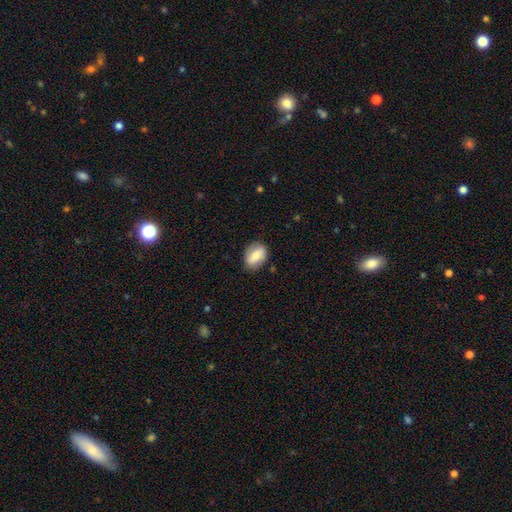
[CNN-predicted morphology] Smooth or featured: smooth — 70% (featured or disk — 23%)
How rounded: in between — 79% (round — 19%)
Merging: none — 81% (minor disturbance — 15%)